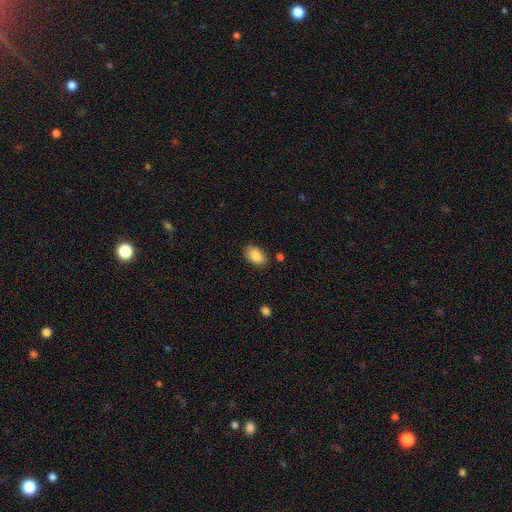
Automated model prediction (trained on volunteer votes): smooth 87%, star or artifact 7%, featured or disk 6%. Down the decision tree: how rounded — in between (89%); merging — none (83%).